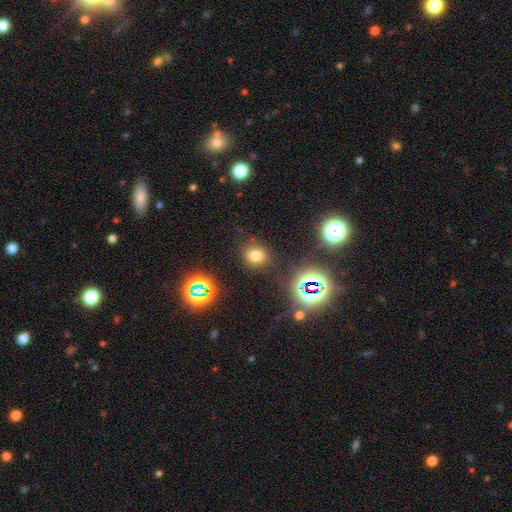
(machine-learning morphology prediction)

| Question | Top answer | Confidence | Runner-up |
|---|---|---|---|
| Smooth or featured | smooth | 70% | star or artifact (22%) |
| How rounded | round | 76% | in between (23%) |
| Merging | none | 83% | minor disturbance (10%) |